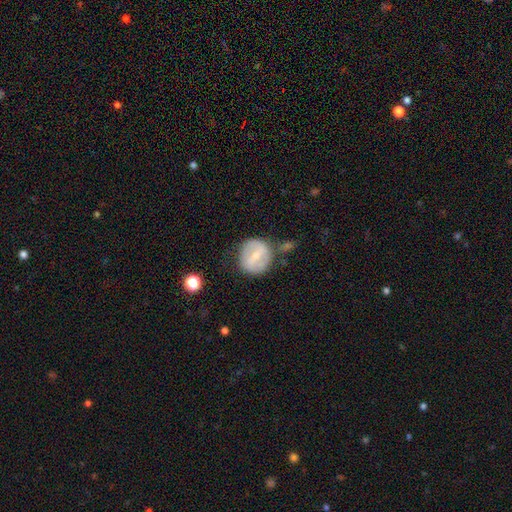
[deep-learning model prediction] Smooth or featured? featured or disk (56%)
Edge-on disk? no (95%)
Bar? strong (52%)
Spiral arms? no (53%)
Bulge size? small (56%)
Merging? none (67%)